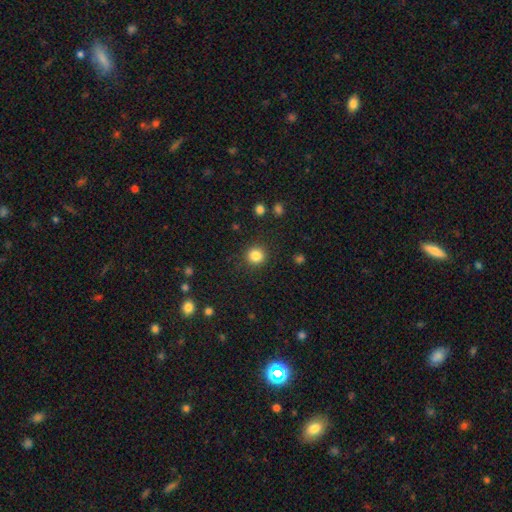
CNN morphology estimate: type=smooth (85%); roundness=round (92%); merging=none (90%).